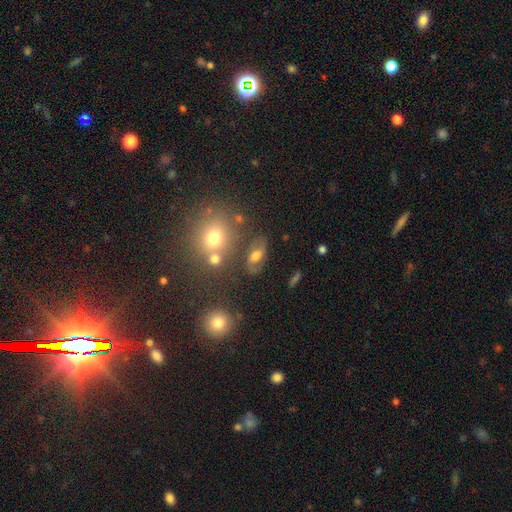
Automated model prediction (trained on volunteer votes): The model was most divided on "smooth or featured": smooth: 48%, featured or disk: 38%, star or artifact: 14%. More confident: merging — none (67%).